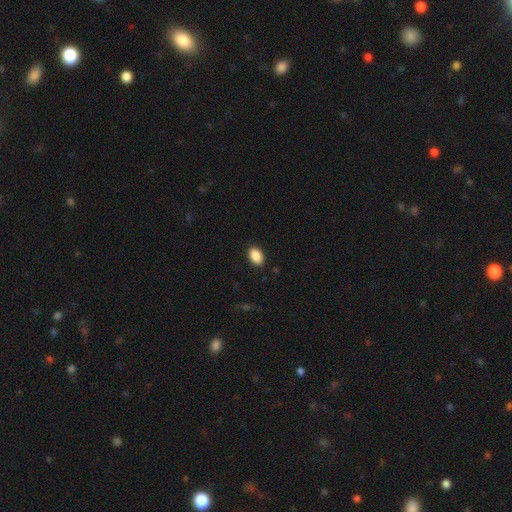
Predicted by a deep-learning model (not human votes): A smooth galaxy with no disk features (89%) that is in between round and cigar-shaped (91%).

Vote fractions:
- Smooth or featured? smooth: 89% / star or artifact: 7% / featured or disk: 3%
- How rounded? in between: 91% / round: 8% / cigar-shaped: 1%
- Merging? none: 89% / minor disturbance: 8% / major disturbance: 2% / merger: 1%